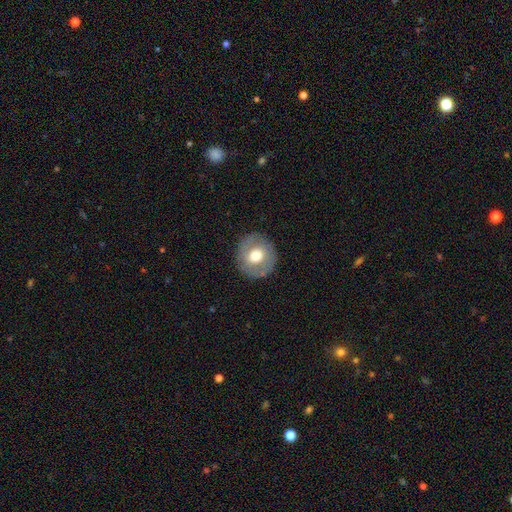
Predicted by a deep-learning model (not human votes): This is possibly a smooth galaxy (59%). How rounded: clearly round (90%). Merging: clearly none (87%).